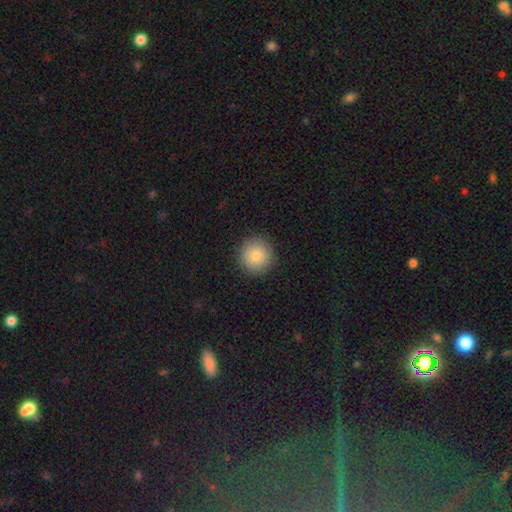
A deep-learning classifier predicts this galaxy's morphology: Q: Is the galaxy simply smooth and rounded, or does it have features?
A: smooth — 84%.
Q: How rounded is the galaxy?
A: round — 95%.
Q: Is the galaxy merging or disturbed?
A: none — 91%.